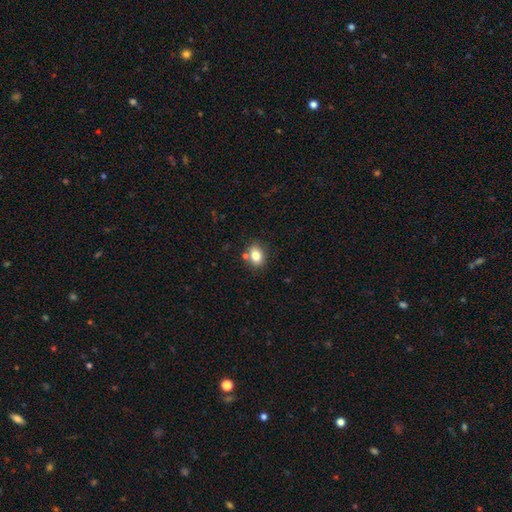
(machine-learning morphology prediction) This appears to be a smooth galaxy with no disk features (81%) that is in between round and cigar-shaped (63%). Merging: none (74%).